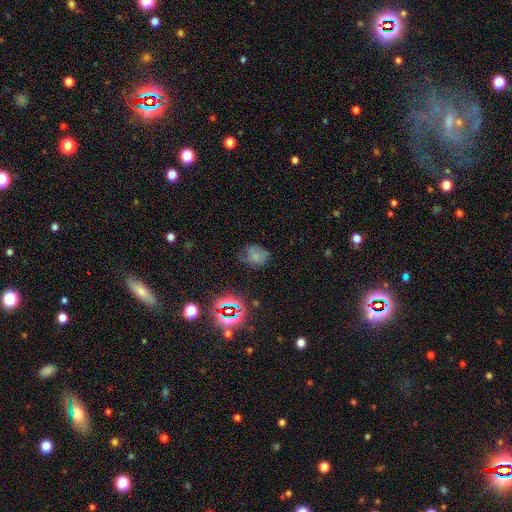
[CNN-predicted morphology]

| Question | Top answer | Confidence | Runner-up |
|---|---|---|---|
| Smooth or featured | smooth | 60% | star or artifact (24%) |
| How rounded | in between | 56% | round (43%) |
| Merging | none | 53% | minor disturbance (29%) |